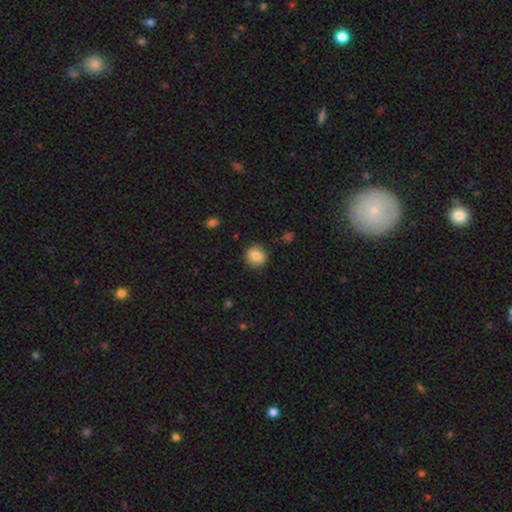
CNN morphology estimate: A smooth galaxy with no disk features (85%) that is round (83%). Merging: none (87%).